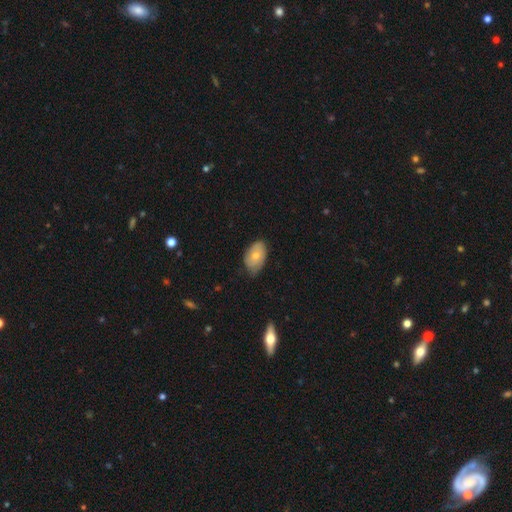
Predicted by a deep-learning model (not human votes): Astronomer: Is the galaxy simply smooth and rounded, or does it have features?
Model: smooth — 65%.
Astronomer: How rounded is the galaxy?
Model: in between — 89%.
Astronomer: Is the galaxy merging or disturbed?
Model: none — 61%.